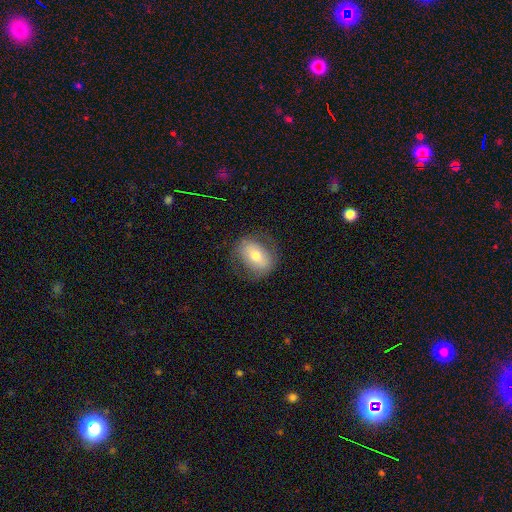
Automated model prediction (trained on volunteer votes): Smooth or featured: smooth — 62% (featured or disk — 31%)
How rounded: in between — 72% (round — 26%)
Merging: none — 74% (minor disturbance — 17%)